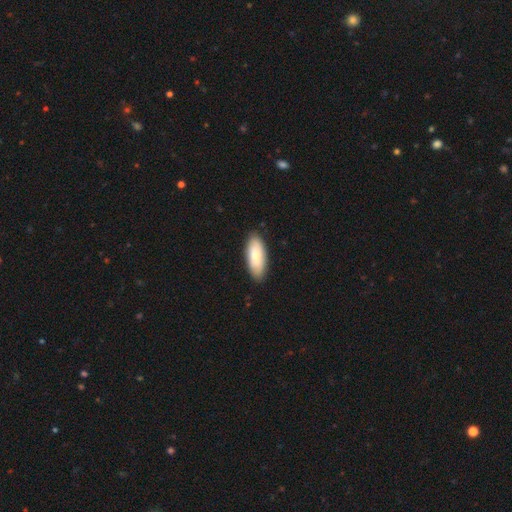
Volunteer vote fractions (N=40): A smooth galaxy with no disk features (90%) that is in between round and cigar-shaped (78%). Merging: none (82%).